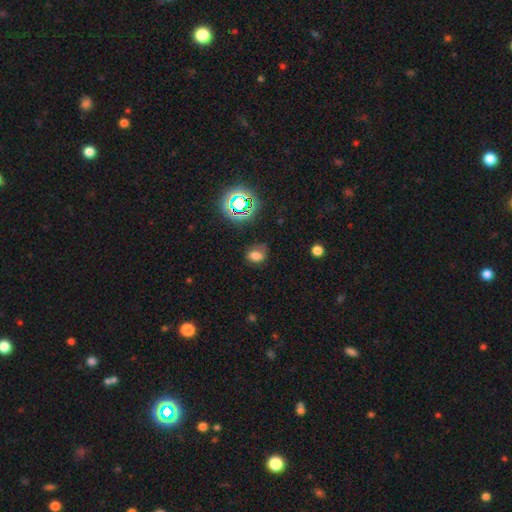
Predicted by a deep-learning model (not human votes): Overall: smooth (70%). How rounded: in between (63%; round 36%). Merging: none (59%; minor disturbance 27%).